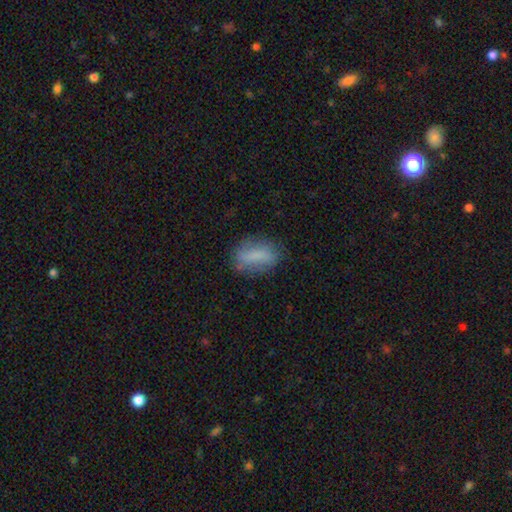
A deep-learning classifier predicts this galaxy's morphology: type=smooth (75%); roundness=in between (79%); merging=none (71%).